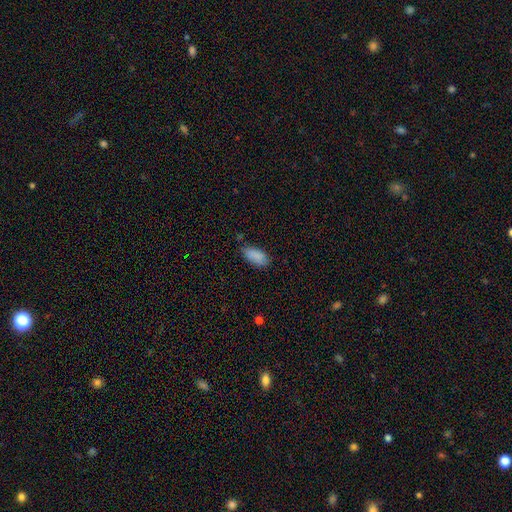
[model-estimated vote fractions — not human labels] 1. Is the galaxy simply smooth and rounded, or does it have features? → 87% smooth, 8% star or artifact, 5% featured or disk.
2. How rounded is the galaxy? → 89% in between, 9% cigar-shaped, 2% round.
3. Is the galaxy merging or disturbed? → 71% none, 23% minor disturbance, 4% major disturbance, 2% merger.